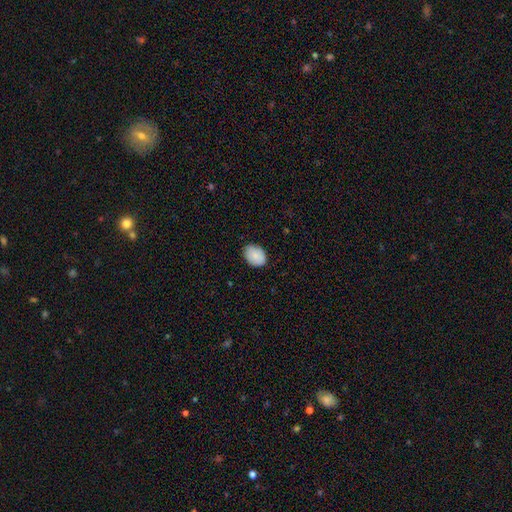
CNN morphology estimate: Smooth or featured: smooth — 87% (star or artifact — 7%)
How rounded: in between — 75% (round — 24%)
Merging: none — 81% (minor disturbance — 15%)